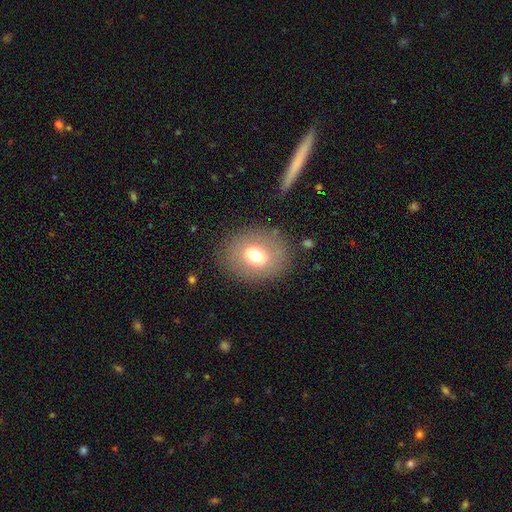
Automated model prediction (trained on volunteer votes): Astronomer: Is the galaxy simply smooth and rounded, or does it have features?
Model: smooth — 69%.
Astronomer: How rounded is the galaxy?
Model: round — 53% (runner-up: in between, 46%).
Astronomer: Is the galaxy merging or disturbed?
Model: none — 83%.